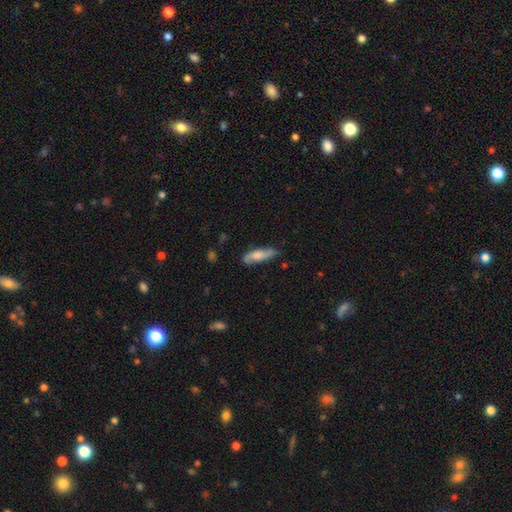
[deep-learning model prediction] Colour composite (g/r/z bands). It shows a smooth galaxy with no disk features (63%) that is cigar-shaped (56%). Merging: none (72%).